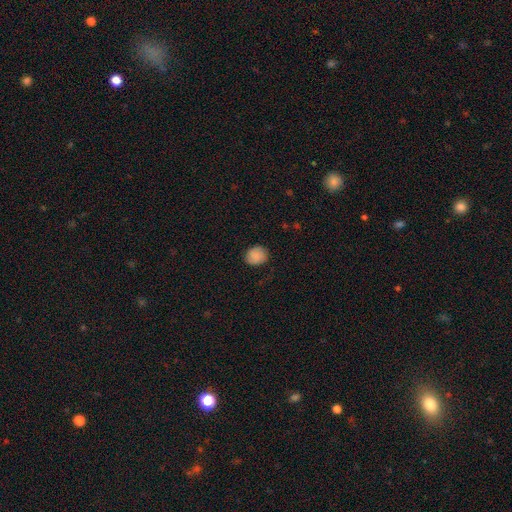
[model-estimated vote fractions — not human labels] This is clearly a smooth galaxy (86%). How rounded: likely round (67%). Merging: clearly none (81%).